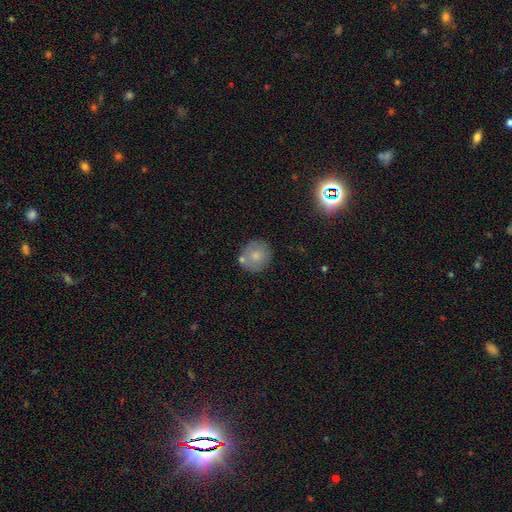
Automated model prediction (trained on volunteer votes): Smooth or featured? Predicted: smooth (p=0.75). How rounded? Predicted: round (p=0.90). Merging? Predicted: none (p=0.74).